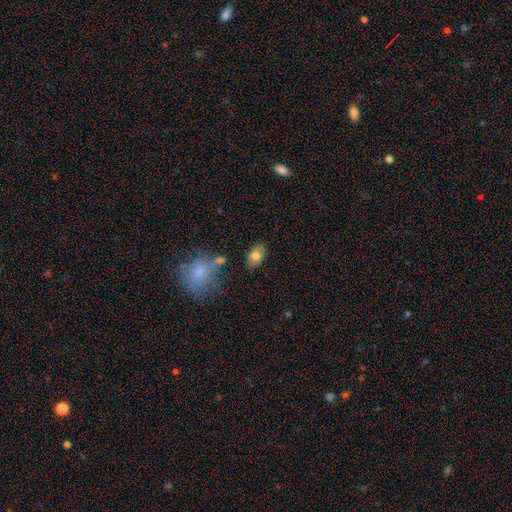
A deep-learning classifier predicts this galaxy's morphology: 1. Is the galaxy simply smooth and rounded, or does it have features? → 77% smooth, 15% featured or disk, 8% star or artifact.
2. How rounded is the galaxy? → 86% in between, 13% round, 2% cigar-shaped.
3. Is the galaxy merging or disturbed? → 77% none, 14% minor disturbance, 6% merger, 4% major disturbance.